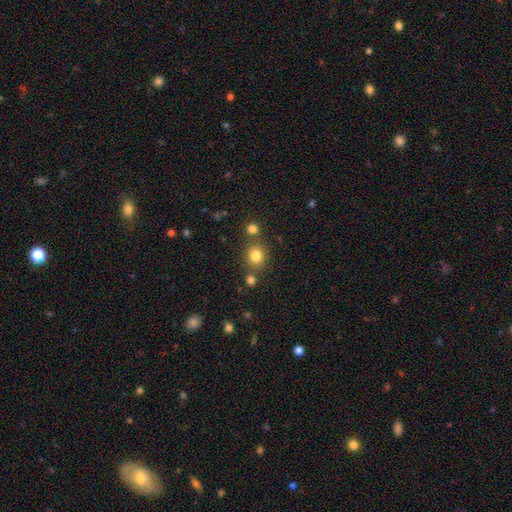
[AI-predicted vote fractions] A smooth galaxy with no disk features (81%) that is round (82%).

Vote fractions:
- Smooth or featured? smooth: 81% / star or artifact: 13% / featured or disk: 6%
- How rounded? round: 82% / in between: 17% / cigar-shaped: 1%
- Merging? none: 74% / merger: 14% / minor disturbance: 9% / major disturbance: 3%